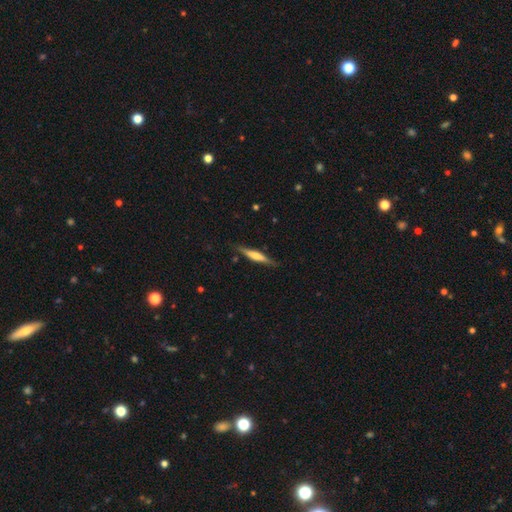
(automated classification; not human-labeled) Smooth or featured?
  - featured or disk: 53% *
  - smooth: 42%
  - star or artifact: 6%
Edge-on disk?
  - yes: 96% *
  - no: 4%
Edge-on bulge?
  - rounded: 64% *
  - boxy: 21%
  - none: 15%
Merging?
  - none: 85% *
  - minor disturbance: 12%
  - major disturbance: 2%
  - merger: 1%